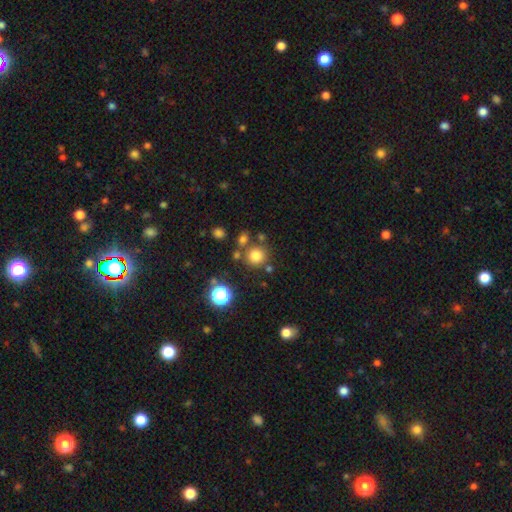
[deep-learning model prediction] Morphology: type=smooth (77%); roundness=round (91%); merging=none (76%).